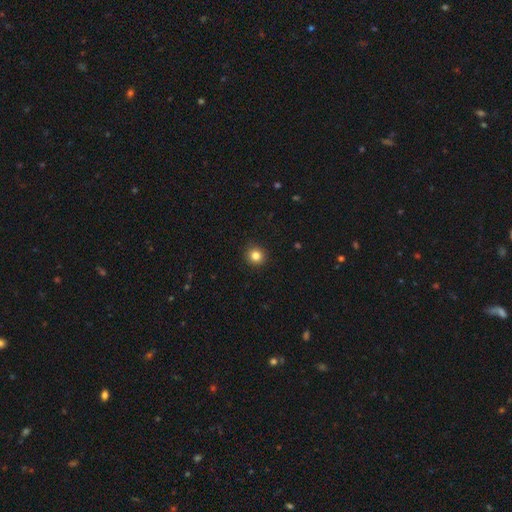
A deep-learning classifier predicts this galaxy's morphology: A smooth galaxy with no disk features (83%) that is round (91%).

Vote fractions:
- Smooth or featured? smooth: 83% / star or artifact: 12% / featured or disk: 5%
- How rounded? round: 91% / in between: 8% / cigar-shaped: 1%
- Merging? none: 92% / minor disturbance: 6% / major disturbance: 2% / merger: 1%